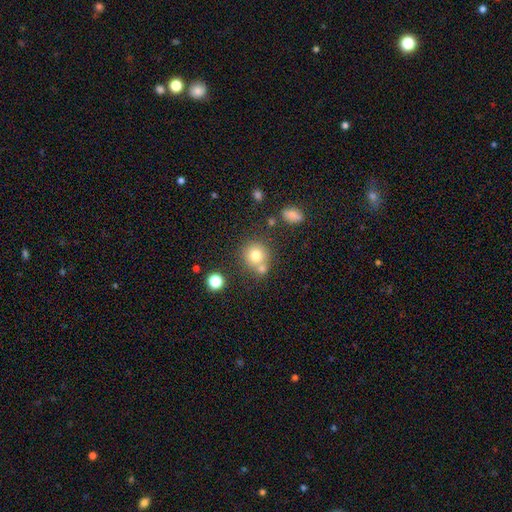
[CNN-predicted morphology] Q: Smooth or featured?
A: smooth (75%); runner-up: star or artifact (13%)
Q: How rounded?
A: round (87%); runner-up: in between (12%)
Q: Merging?
A: none (56%); runner-up: merger (30%)